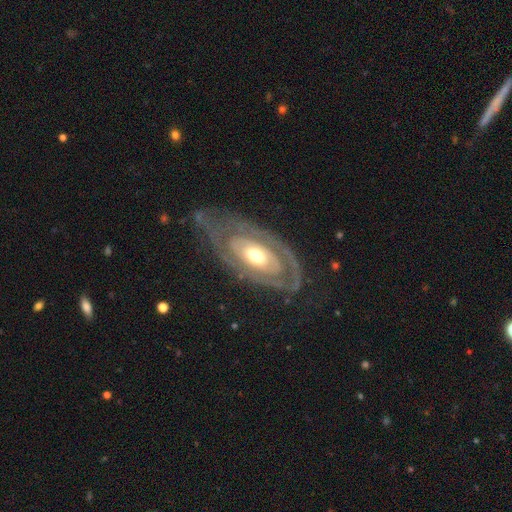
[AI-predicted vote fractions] Smooth or featured?
  - featured or disk: 80% *
  - smooth: 16%
  - star or artifact: 4%
Edge-on disk?
  - no: 92% *
  - yes: 8%
Bar?
  - no: 79% *
  - weak: 15%
  - strong: 6%
Spiral arms?
  - yes: 61% *
  - no: 39%
Bulge size?
  - moderate: 68% *
  - small: 15%
  - large: 14%
  - dominant: 2%
  - none: 1%
Merging?
  - none: 66% *
  - minor disturbance: 18%
  - major disturbance: 15%
  - merger: 2%